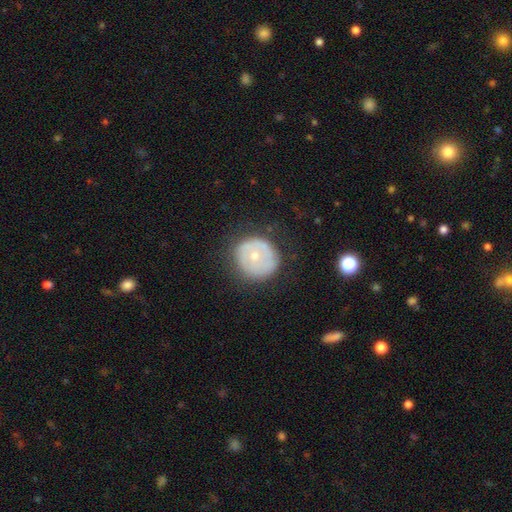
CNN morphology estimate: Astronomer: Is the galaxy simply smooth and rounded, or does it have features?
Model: smooth — 49% (runner-up: featured or disk, 43%).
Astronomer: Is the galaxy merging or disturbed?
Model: none — 72%.